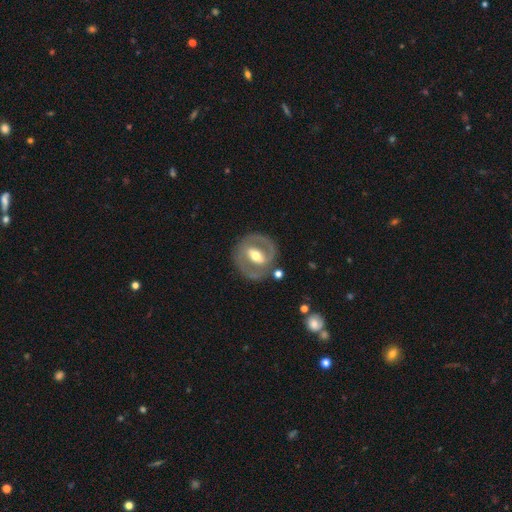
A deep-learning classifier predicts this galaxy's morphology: The model was most divided on "bar": strong: 48%, weak: 34%, no: 18%. More confident: edge-on disk — no (95%); merging — none (77%); smooth or featured — featured or disk (75%); bulge size — moderate (70%); spiral arms — yes (60%).